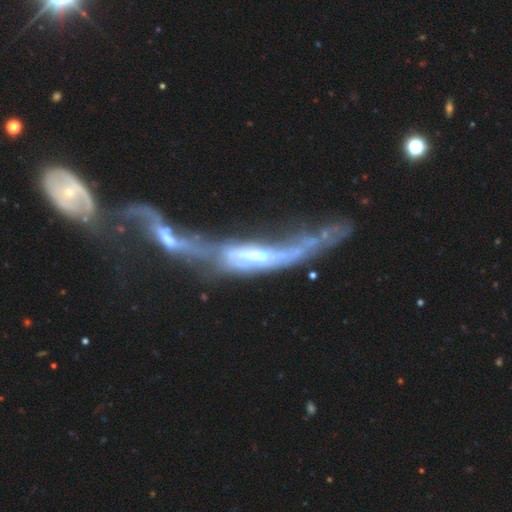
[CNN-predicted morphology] smooth-or-featured: featured or disk: 77% | smooth: 14% | star or artifact: 9%
  disk-edge-on: no: 66% | yes: 34%
    bar: no: 45% | weak: 29% | strong: 25%
    has-spiral-arms: yes: 63% | no: 37%
    bulge-size: moderate: 42% | small: 38% | none: 11% | large: 6% | dominant: 2%
  merging: merger: 75% | major disturbance: 15% | none: 6% | minor disturbance: 4%